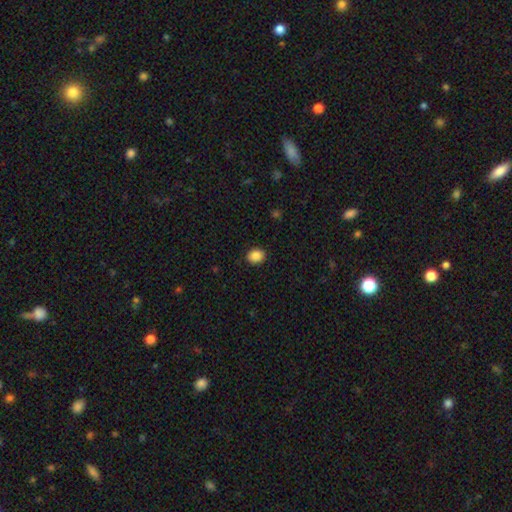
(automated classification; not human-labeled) This is clearly a smooth galaxy (87%). How rounded: likely round (61%). Merging: clearly none (90%).